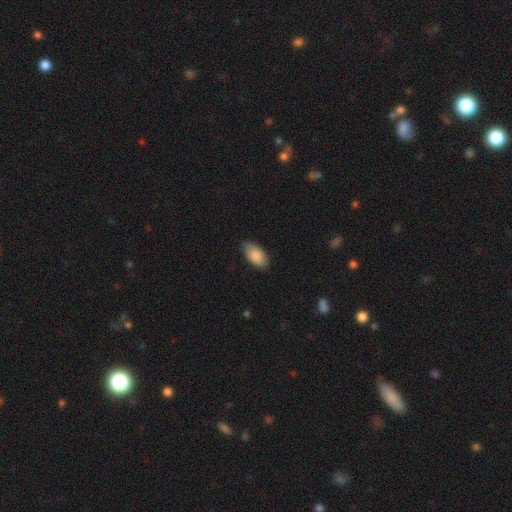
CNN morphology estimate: Smooth or featured? smooth (88%)
How rounded? in between (94%)
Merging? none (77%)